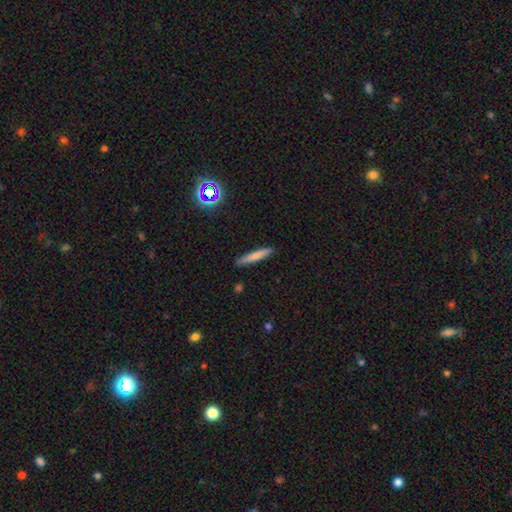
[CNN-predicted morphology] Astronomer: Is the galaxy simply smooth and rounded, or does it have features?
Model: smooth — 74%.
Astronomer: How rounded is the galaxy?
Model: cigar-shaped — 92%.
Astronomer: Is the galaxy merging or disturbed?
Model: none — 89%.